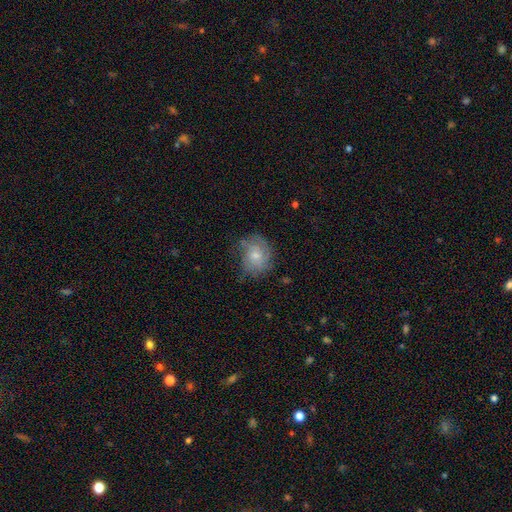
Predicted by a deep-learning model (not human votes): This is possibly a smooth galaxy (49%). Merging: possibly none (58%).